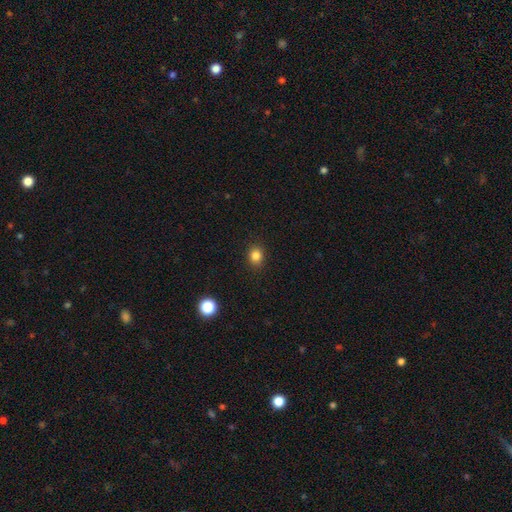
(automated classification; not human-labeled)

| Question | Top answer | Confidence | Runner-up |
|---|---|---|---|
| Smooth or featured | smooth | 84% | star or artifact (12%) |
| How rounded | round | 67% | in between (32%) |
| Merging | none | 89% | minor disturbance (8%) |